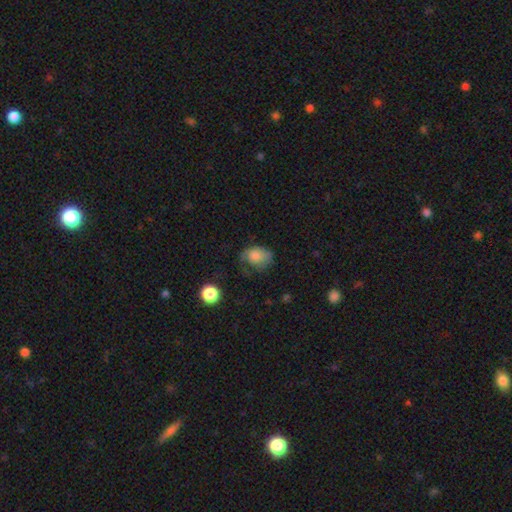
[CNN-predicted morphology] This appears to be a smooth galaxy with no disk features (70%) that is in between round and cigar-shaped (59%). Merging: none (38%).